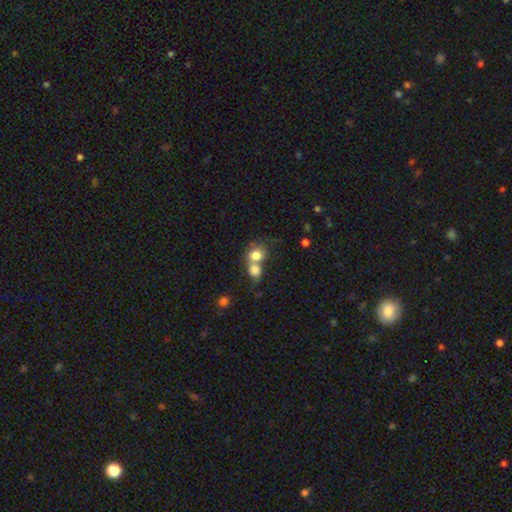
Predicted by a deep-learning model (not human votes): This appears to be a smooth galaxy with no disk features (79%) that is round (74%). Merging: merger (59%).